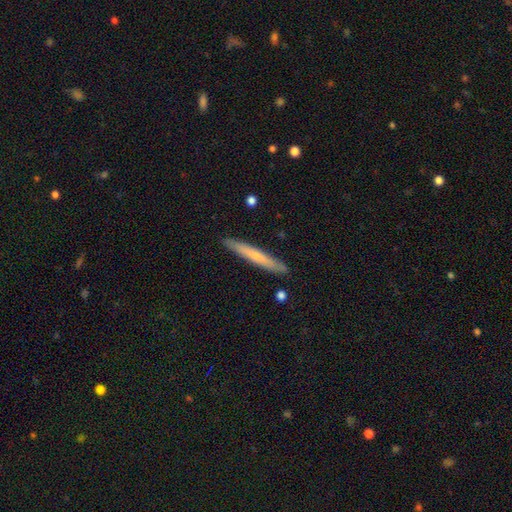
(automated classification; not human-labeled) A smooth galaxy with no disk features (58%) that is cigar-shaped (96%).

Vote fractions:
- Smooth or featured? smooth: 58% / featured or disk: 37% / star or artifact: 6%
- How rounded? cigar-shaped: 96% / in between: 2% / round: 1%
- Merging? none: 90% / minor disturbance: 7% / merger: 1% / major disturbance: 1%